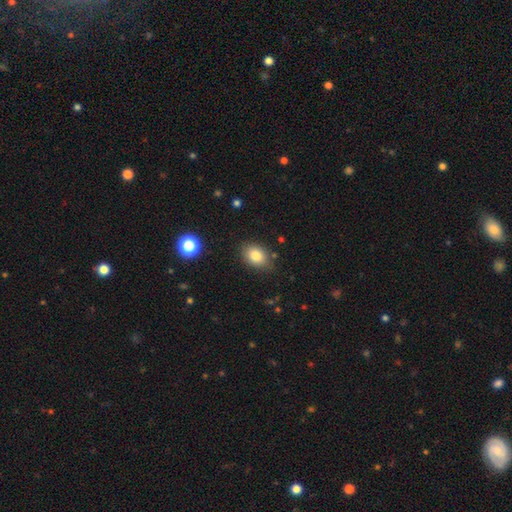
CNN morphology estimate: Smooth or featured? smooth (82%)
How rounded? in between (72%)
Merging? none (81%)